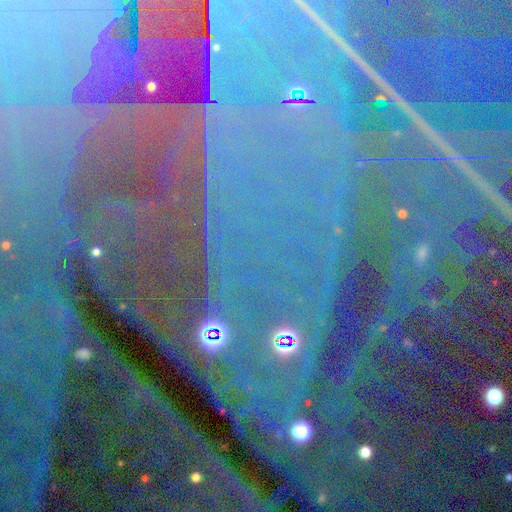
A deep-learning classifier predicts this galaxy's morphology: A star or artifact, not a galaxy (89%).

Vote fractions:
- Smooth or featured? star or artifact: 89% / featured or disk: 6% / smooth: 5%